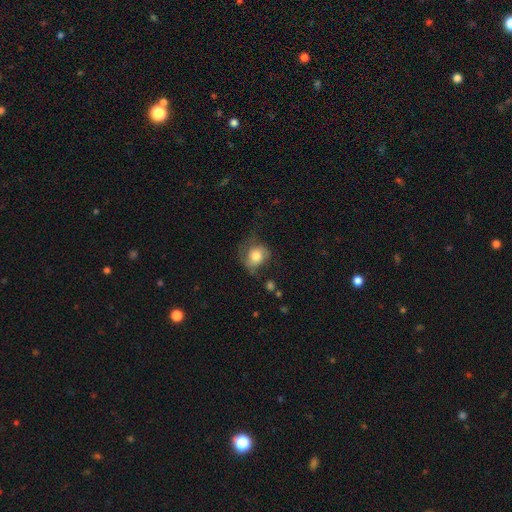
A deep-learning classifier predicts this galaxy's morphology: Overall: smooth (69%). How rounded: round (64%; in between 35%). Merging: none (43%; minor disturbance 29%).